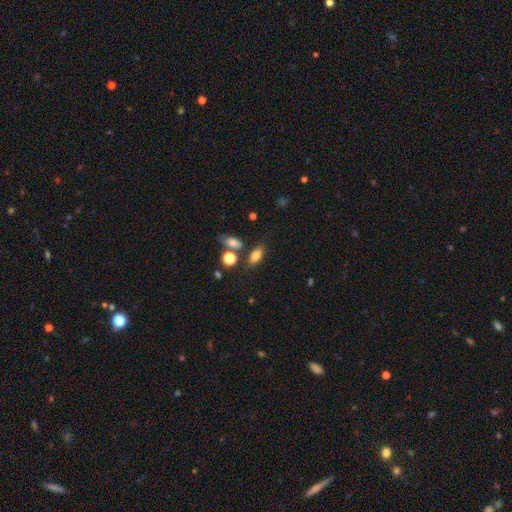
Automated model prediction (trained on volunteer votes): smooth_or_featured: smooth (p=0.78) [alt: featured or disk p=0.12]
how_rounded: in between (p=0.81) [alt: round p=0.10]
merging: none (p=0.69) [alt: minor disturbance p=0.14]